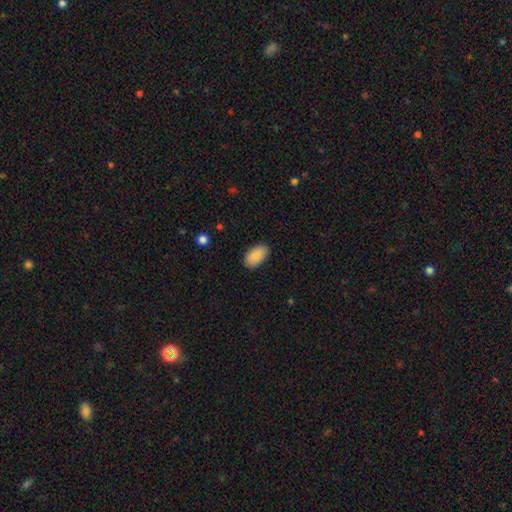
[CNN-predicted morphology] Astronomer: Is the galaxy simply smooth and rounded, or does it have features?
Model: smooth — 90%.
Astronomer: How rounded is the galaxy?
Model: in between — 95%.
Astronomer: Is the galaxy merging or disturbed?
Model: none — 87%.